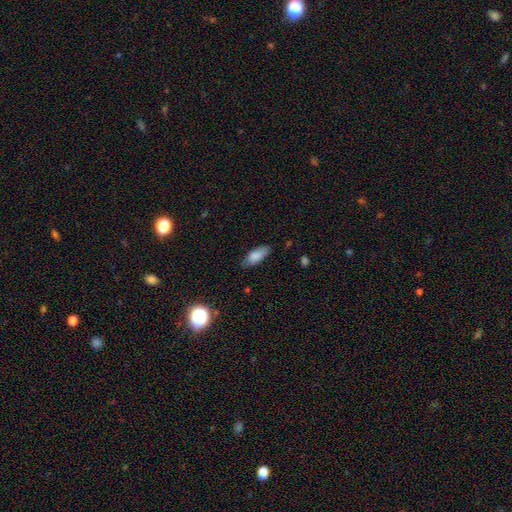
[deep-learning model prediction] Smooth or featured?
  - smooth: 85% *
  - featured or disk: 8%
  - star or artifact: 7%
How rounded?
  - in between: 80% *
  - cigar-shaped: 18%
  - round: 2%
Merging?
  - none: 79% *
  - minor disturbance: 16%
  - major disturbance: 3%
  - merger: 1%